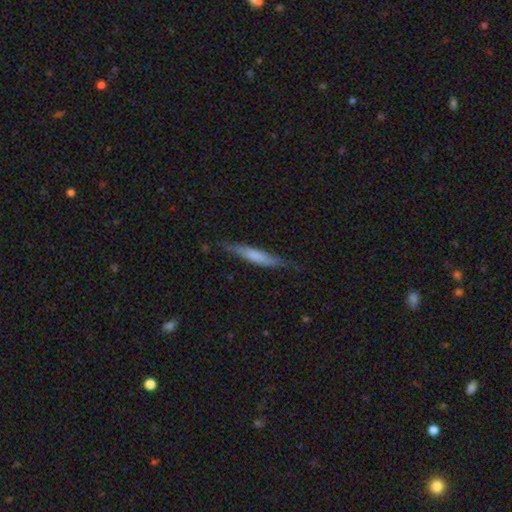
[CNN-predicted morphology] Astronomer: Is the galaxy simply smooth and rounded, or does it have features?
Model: smooth — 58% (runner-up: featured or disk, 36%).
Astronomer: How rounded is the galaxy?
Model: cigar-shaped — 91%.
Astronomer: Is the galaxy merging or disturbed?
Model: none — 74%.